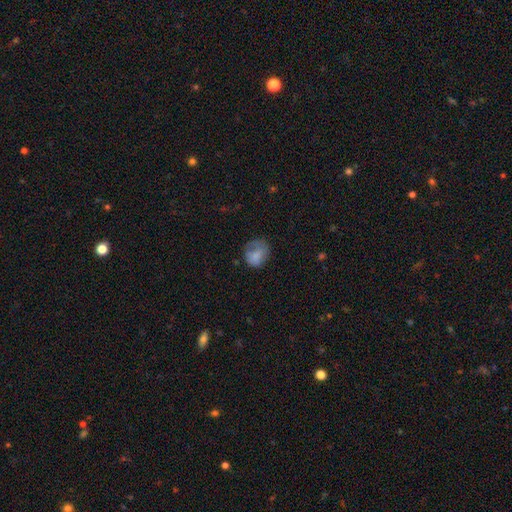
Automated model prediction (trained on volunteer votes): A smooth galaxy with no disk features (75%) that is round (62%).

Vote fractions:
- Smooth or featured? smooth: 75% / featured or disk: 15% / star or artifact: 9%
- How rounded? round: 62% / in between: 38% / cigar-shaped: 1%
- Merging? none: 45% / minor disturbance: 29% / major disturbance: 23% / merger: 2%